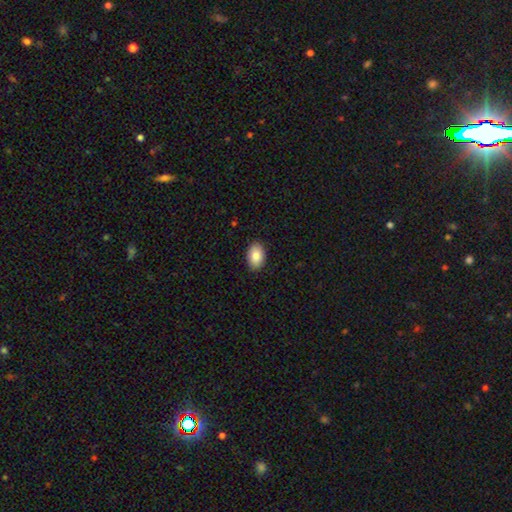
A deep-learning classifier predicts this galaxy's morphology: A smooth galaxy with no disk features (86%) that is in between round and cigar-shaped (89%).

Vote fractions:
- Smooth or featured? smooth: 86% / star or artifact: 7% / featured or disk: 7%
- How rounded? in between: 89% / round: 10% / cigar-shaped: 1%
- Merging? none: 89% / minor disturbance: 8% / major disturbance: 2% / merger: 1%